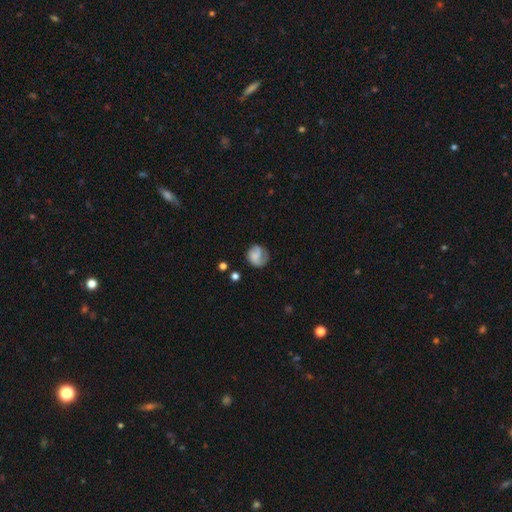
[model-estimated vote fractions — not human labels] A smooth galaxy with no disk features (53%) that is round (71%).

Vote fractions:
- Smooth or featured? smooth: 53% / featured or disk: 38% / star or artifact: 9%
- How rounded? round: 71% / in between: 28% / cigar-shaped: 1%
- Merging? none: 54% / minor disturbance: 25% / major disturbance: 18% / merger: 3%